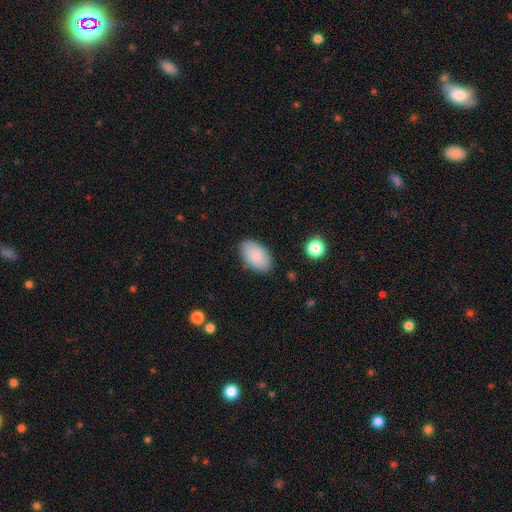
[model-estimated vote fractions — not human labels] Morphology: type=smooth (88%); roundness=in between (94%); merging=none (85%).